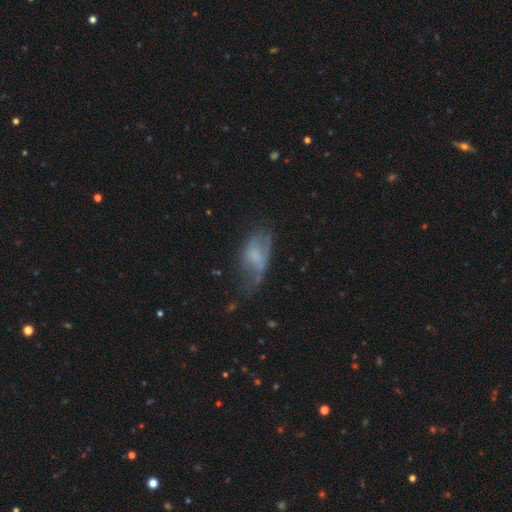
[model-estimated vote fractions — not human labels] Overall: smooth (49%; featured or disk 40%). Merging: major disturbance (35%; minor disturbance 31%).